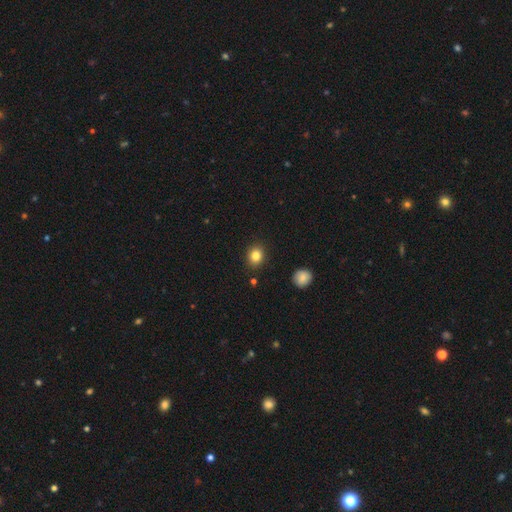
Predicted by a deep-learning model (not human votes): Smooth or featured? smooth (83%)
How rounded? round (62%)
Merging? none (88%)